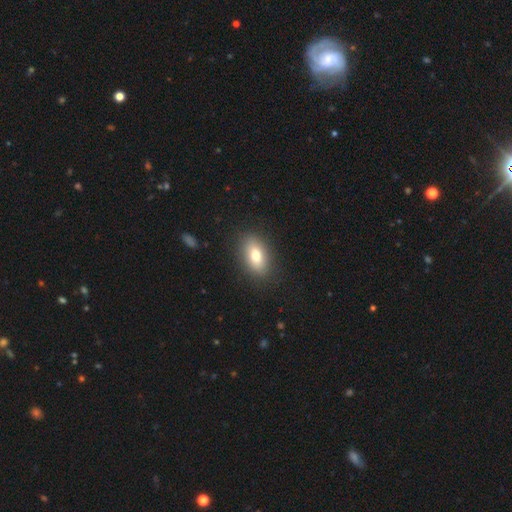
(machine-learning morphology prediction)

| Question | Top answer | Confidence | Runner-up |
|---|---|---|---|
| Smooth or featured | smooth | 77% | featured or disk (15%) |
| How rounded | in between | 87% | round (9%) |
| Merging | none | 87% | minor disturbance (9%) |